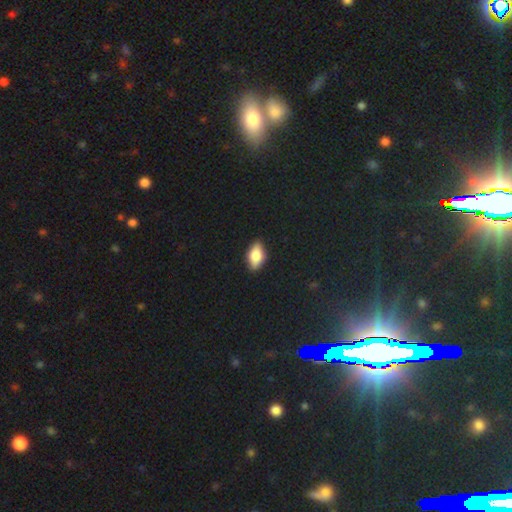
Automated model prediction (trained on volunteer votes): Morphology: type=smooth (73%); roundness=in between (88%); merging=none (86%).